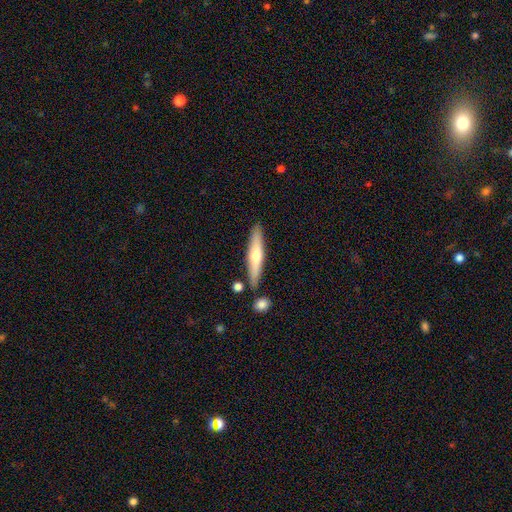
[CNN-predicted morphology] Q: Smooth or featured?
A: smooth (48%); runner-up: featured or disk (47%)
Q: Merging?
A: none (84%); runner-up: minor disturbance (10%)